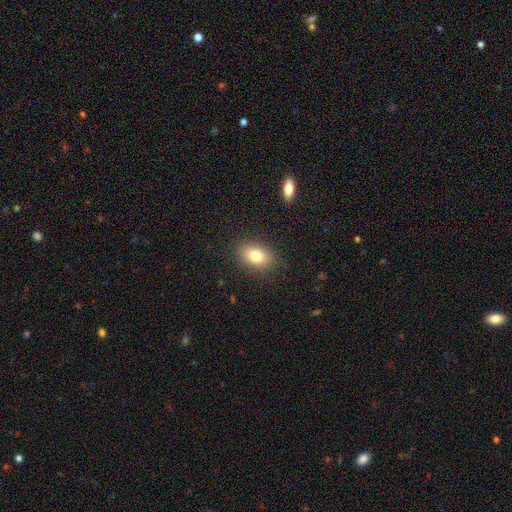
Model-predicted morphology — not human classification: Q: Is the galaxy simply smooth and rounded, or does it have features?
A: smooth — 79%.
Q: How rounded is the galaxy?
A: in between — 81%.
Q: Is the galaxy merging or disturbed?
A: none — 87%.